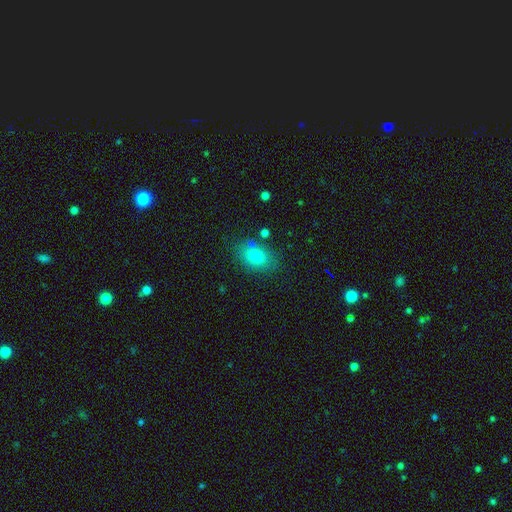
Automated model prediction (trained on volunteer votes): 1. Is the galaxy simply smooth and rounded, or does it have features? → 78% smooth, 12% featured or disk, 10% star or artifact.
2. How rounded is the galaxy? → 78% in between, 20% round, 2% cigar-shaped.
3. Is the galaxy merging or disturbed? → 76% none, 15% minor disturbance, 5% merger, 4% major disturbance.